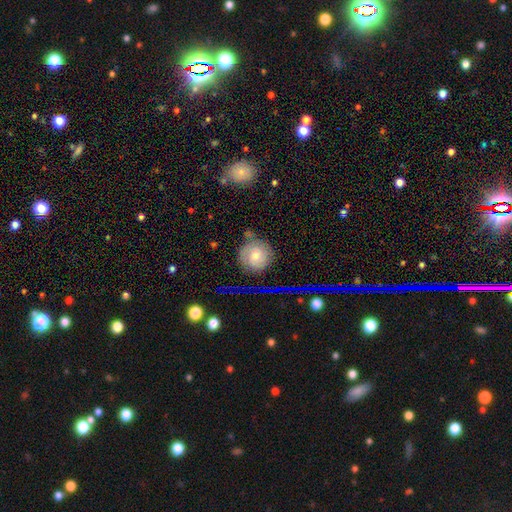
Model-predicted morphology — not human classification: Q: Smooth or featured?
A: smooth (46%); runner-up: featured or disk (42%)
Q: Merging?
A: none (75%); runner-up: minor disturbance (17%)